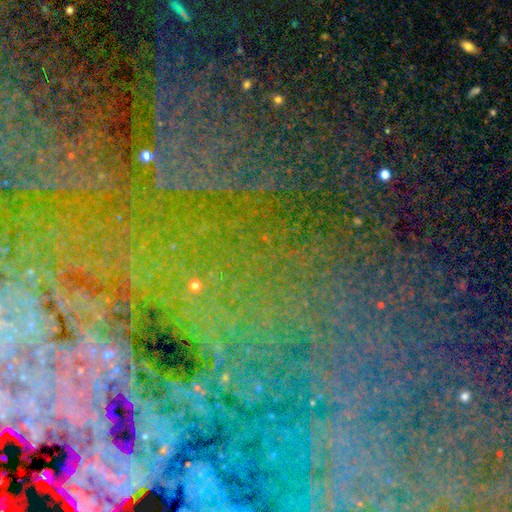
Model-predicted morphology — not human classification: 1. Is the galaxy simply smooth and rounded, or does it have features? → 73% star or artifact, 17% featured or disk, 10% smooth.